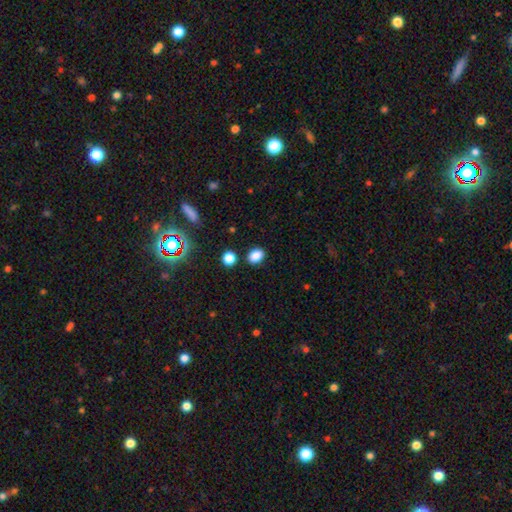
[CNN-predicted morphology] Smooth or featured? smooth (85%)
How rounded? in between (67%)
Merging? none (84%)